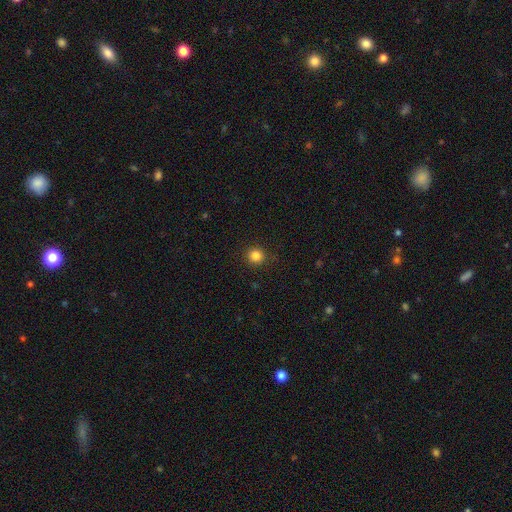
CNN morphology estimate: type=smooth (84%); roundness=round (94%); merging=none (91%).